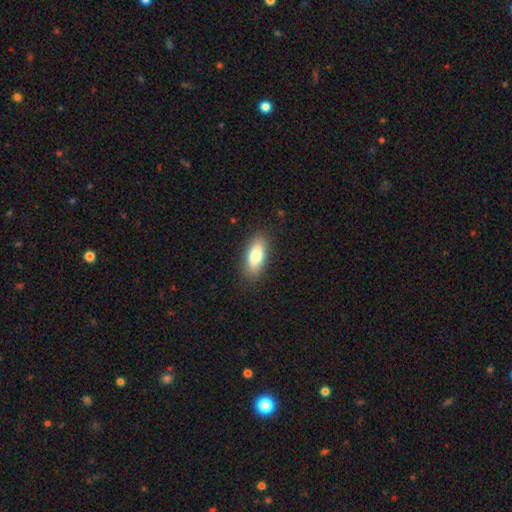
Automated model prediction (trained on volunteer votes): This appears to be a smooth galaxy with no disk features (76%) that is in between round and cigar-shaped (80%). Merging: none (88%).